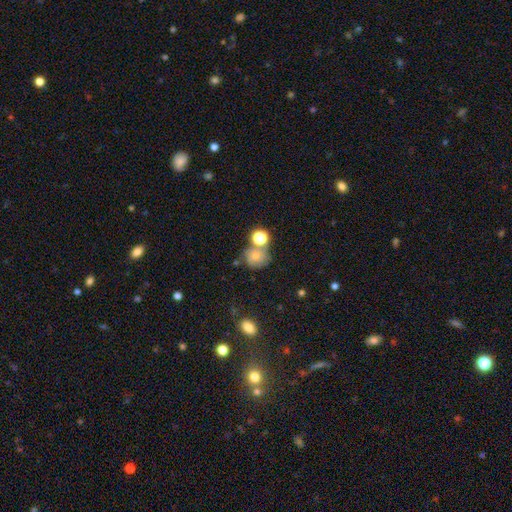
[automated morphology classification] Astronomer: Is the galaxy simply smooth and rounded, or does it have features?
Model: smooth — 67%.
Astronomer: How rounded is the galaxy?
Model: round — 74%.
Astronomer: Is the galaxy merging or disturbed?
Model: none — 45% (runner-up: merger, 30%).